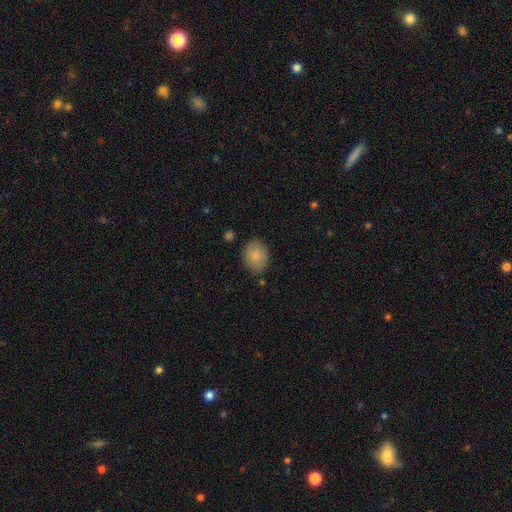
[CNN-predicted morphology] This is clearly a smooth galaxy (85%). How rounded: possibly round (51%). Merging: clearly none (84%).